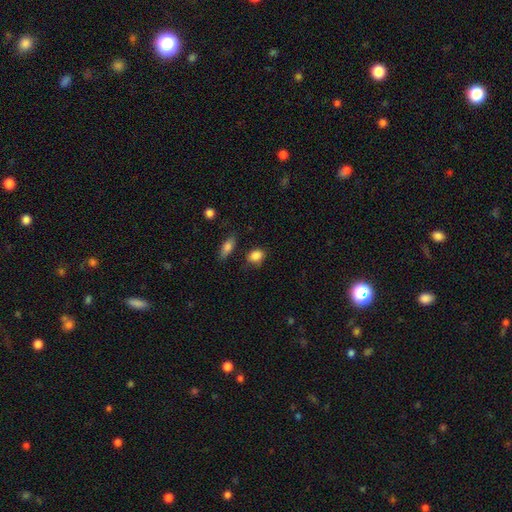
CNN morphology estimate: This appears to be a smooth galaxy with no disk features (86%) that is in between round and cigar-shaped (62%). Merging: none (72%).